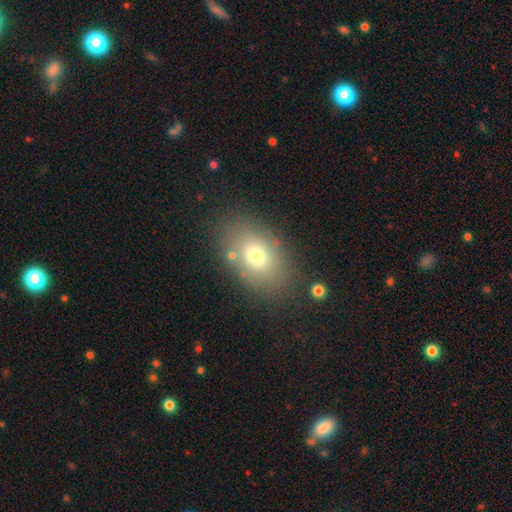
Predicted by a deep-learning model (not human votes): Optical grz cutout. It shows a smooth galaxy with no disk features (72%) that is in between round and cigar-shaped (83%). Merging: none (79%).